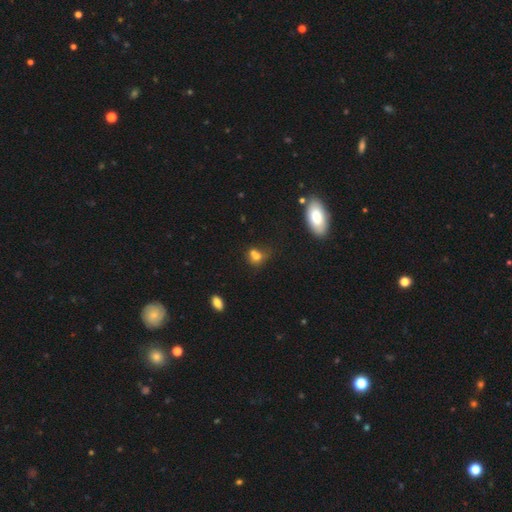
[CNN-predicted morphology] Q: Smooth or featured?
A: smooth (70%); runner-up: star or artifact (15%)
Q: How rounded?
A: round (62%); runner-up: in between (36%)
Q: Merging?
A: merger (47%); runner-up: none (35%)